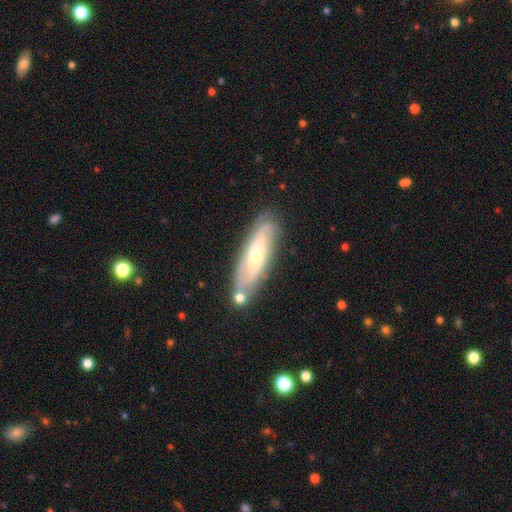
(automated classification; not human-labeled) Q: Smooth or featured?
A: featured or disk (64%); runner-up: smooth (30%)
Q: Edge-on disk?
A: no (71%); runner-up: yes (29%)
Q: Merging?
A: none (73%); runner-up: minor disturbance (16%)